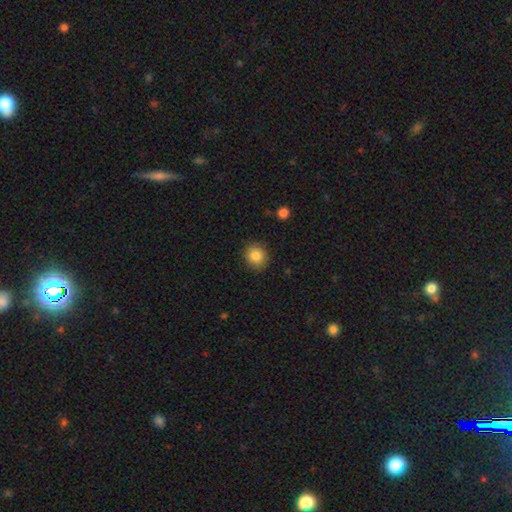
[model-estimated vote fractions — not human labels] smooth 84%, star or artifact 9%, featured or disk 6%. Down the decision tree: how rounded — round (87%); merging — none (90%).